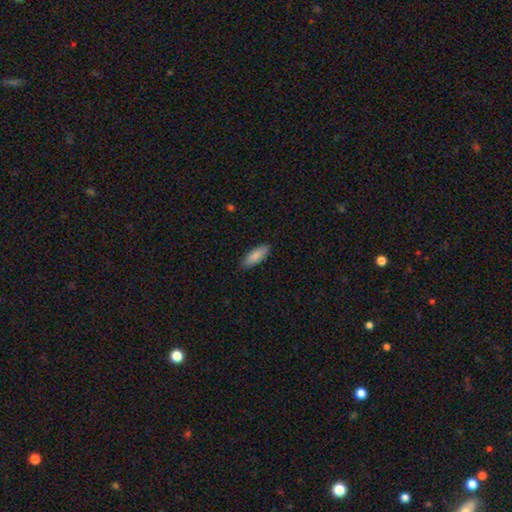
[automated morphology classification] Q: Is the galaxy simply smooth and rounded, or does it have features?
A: smooth — 88%.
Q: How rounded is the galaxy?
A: in between — 63%.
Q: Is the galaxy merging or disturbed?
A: none — 88%.